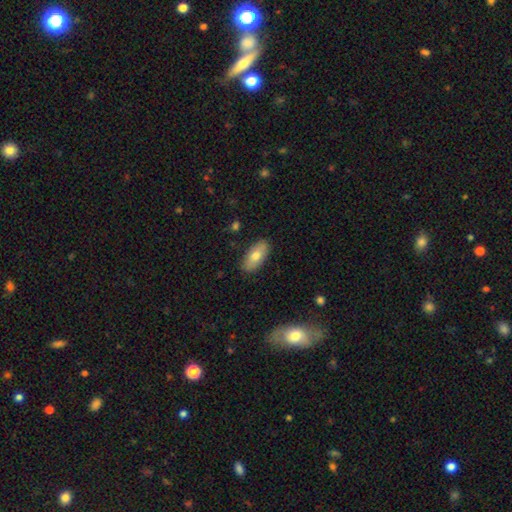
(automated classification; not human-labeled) This appears to be a smooth galaxy with no disk features (74%) that is in between round and cigar-shaped (91%). Merging: none (87%).